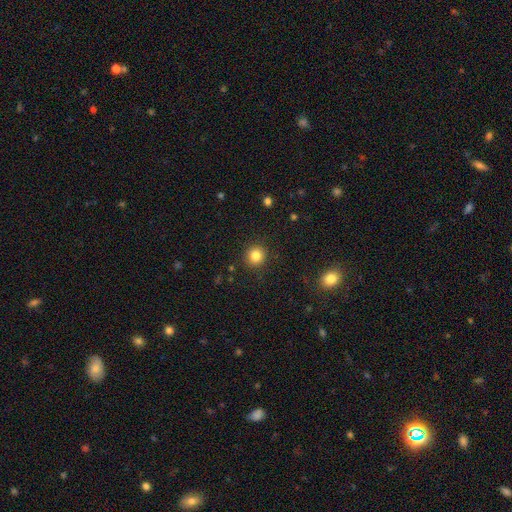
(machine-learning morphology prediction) Smooth or featured? Predicted: smooth (p=0.83). How rounded? Predicted: round (p=0.93). Merging? Predicted: none (p=0.91).